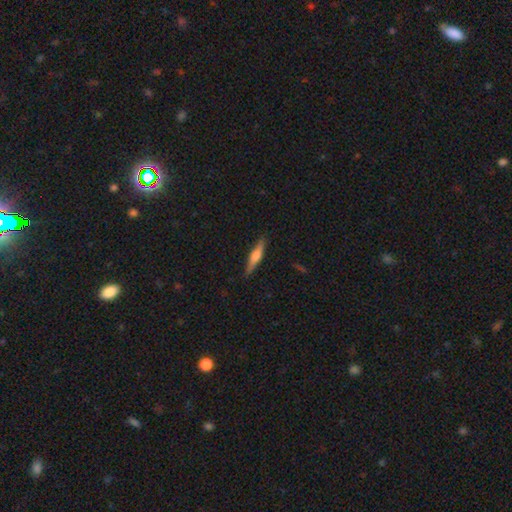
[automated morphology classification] A featured or disk galaxy (47%, tied with smooth). Merging: none (86%).